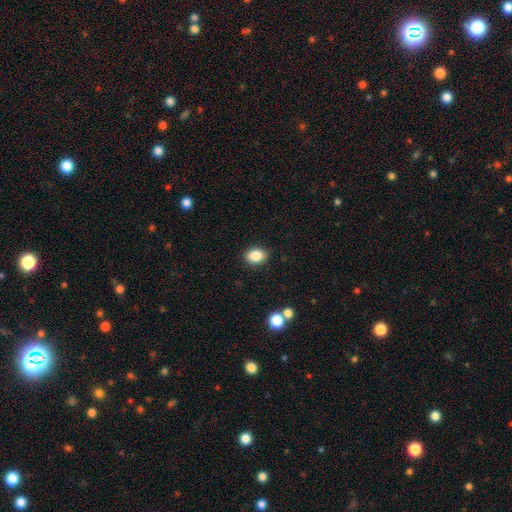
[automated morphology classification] The model was most divided on "how rounded": in between: 64%, round: 35%, cigar-shaped: 1%. More confident: merging — none (88%); smooth or featured — smooth (86%).